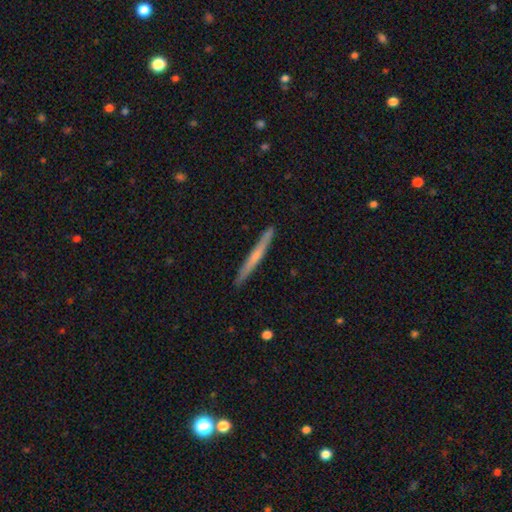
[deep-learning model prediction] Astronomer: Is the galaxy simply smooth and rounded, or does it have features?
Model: featured or disk — 49% (runner-up: smooth, 45%).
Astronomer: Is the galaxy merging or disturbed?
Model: none — 90%.